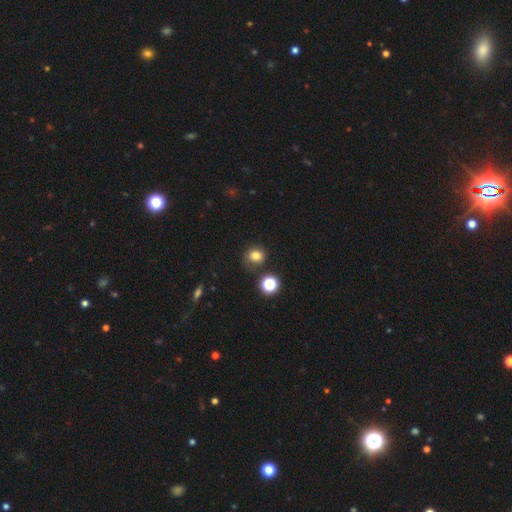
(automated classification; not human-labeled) smooth-or-featured: smooth: 80% | star or artifact: 14% | featured or disk: 6%
  how-rounded: round: 76% | in between: 23% | cigar-shaped: 1%
  merging: none: 74% | minor disturbance: 15% | merger: 6% | major disturbance: 4%